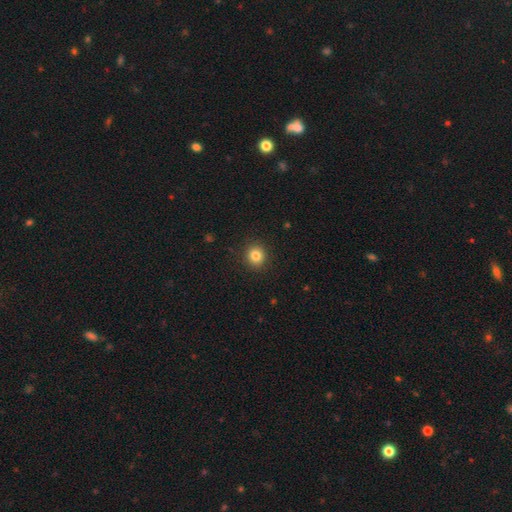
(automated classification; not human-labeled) This appears to be a smooth galaxy with no disk features (83%) that is round (86%). Merging: none (91%).